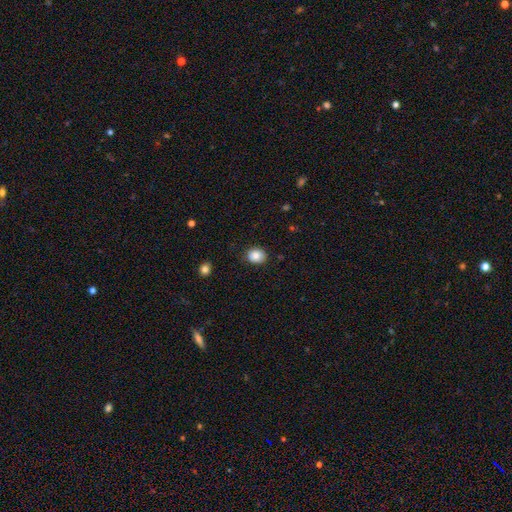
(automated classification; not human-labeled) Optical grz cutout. It shows a smooth galaxy with no disk features (83%) that is round (59%). Merging: none (85%).